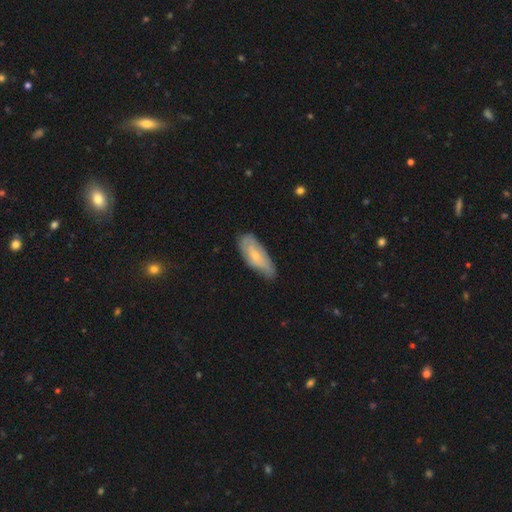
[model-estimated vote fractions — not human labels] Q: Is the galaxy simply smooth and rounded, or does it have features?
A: smooth — 52%.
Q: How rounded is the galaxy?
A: in between — 78%.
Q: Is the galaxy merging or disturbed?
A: none — 56%.